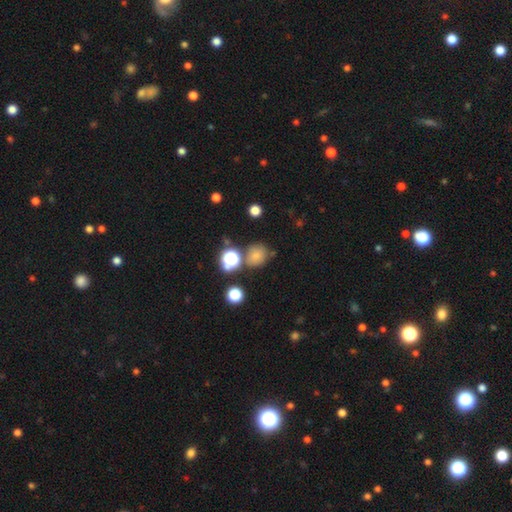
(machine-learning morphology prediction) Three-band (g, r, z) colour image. It shows a smooth galaxy with no disk features (72%) that is round (78%). Merging: none (69%).